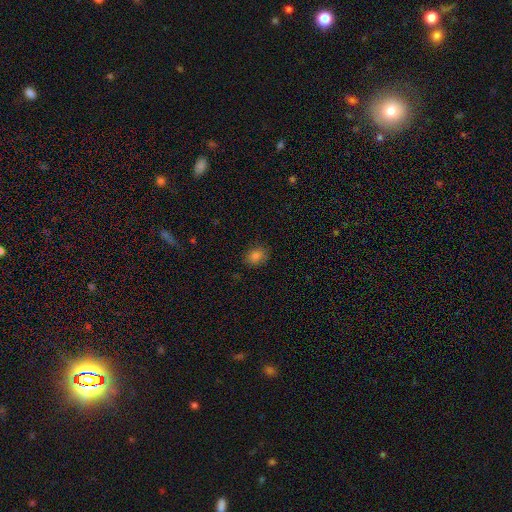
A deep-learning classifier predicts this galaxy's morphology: smooth_or_featured: smooth (p=0.82) [alt: star or artifact p=0.12]
how_rounded: in between (p=0.51) [alt: round p=0.48]
merging: none (p=0.83) [alt: minor disturbance p=0.13]